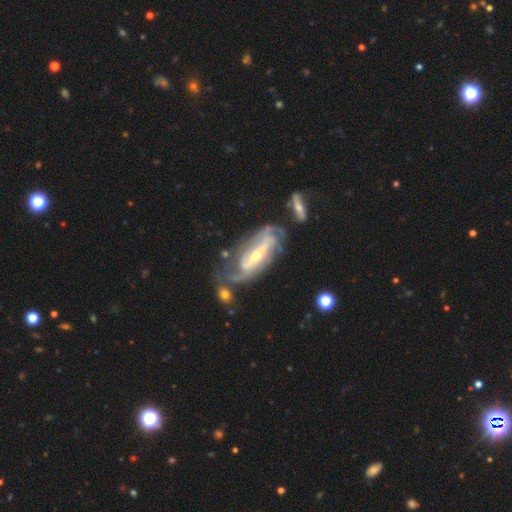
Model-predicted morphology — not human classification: Q: Smooth or featured?
A: featured or disk (86%); runner-up: smooth (9%)
Q: Edge-on disk?
A: no (89%); runner-up: yes (11%)
Q: Bar?
A: strong (45%); runner-up: weak (31%)
Q: Spiral arms?
A: yes (92%); runner-up: no (8%)
Q: Spiral winding?
A: tight (52%); runner-up: medium (34%)
Q: Spiral arm count?
A: 2 (45%); runner-up: can't tell (31%)
Q: Bulge size?
A: small (57%); runner-up: moderate (39%)
Q: Merging?
A: none (55%); runner-up: minor disturbance (21%)